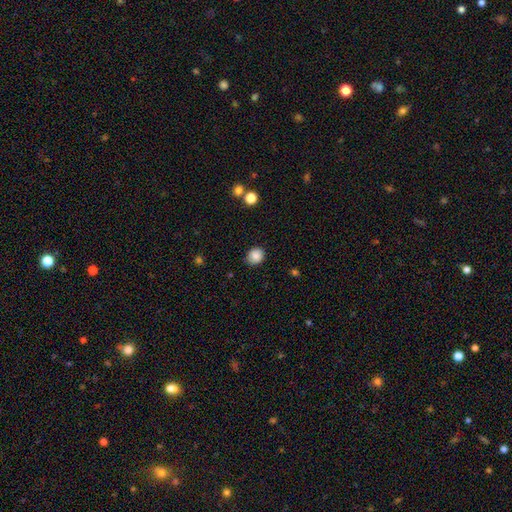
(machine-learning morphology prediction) Overall: smooth (86%). How rounded: round (71%). Merging: none (81%).